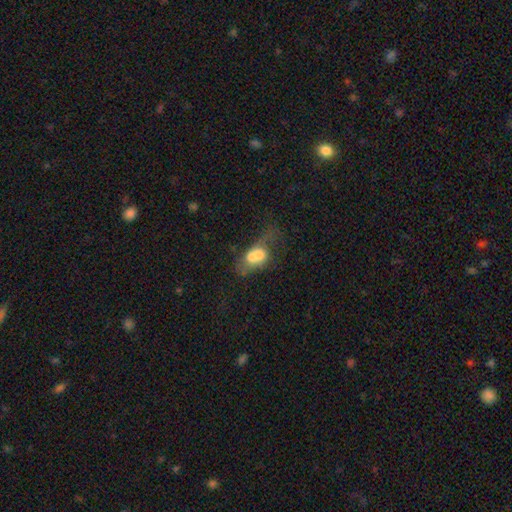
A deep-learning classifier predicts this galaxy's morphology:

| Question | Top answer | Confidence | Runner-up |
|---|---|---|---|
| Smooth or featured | smooth | 59% | featured or disk (31%) |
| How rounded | in between | 68% | round (28%) |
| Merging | merger | 62% | none (15%) |